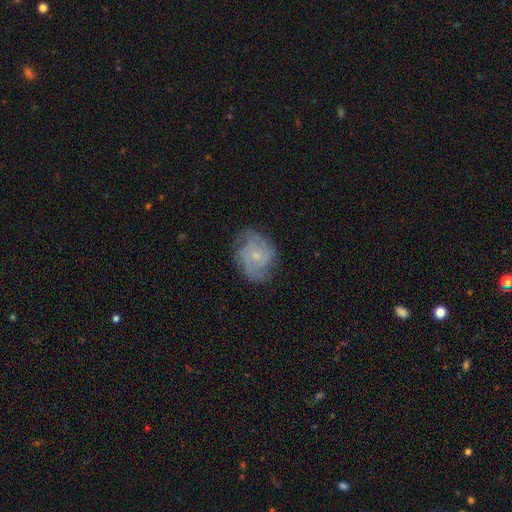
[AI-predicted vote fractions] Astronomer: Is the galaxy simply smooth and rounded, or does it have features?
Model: featured or disk — 79%.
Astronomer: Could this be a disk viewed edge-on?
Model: no — 98%.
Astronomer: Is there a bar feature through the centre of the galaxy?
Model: no — 72%.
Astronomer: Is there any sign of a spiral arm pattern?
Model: yes — 95%.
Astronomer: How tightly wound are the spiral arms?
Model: tight — 51% (runner-up: medium, 39%).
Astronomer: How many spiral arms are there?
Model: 2 — 29% (runner-up: 3, 27%).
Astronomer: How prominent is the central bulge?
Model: small — 71%.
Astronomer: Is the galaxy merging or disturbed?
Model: none — 72%.